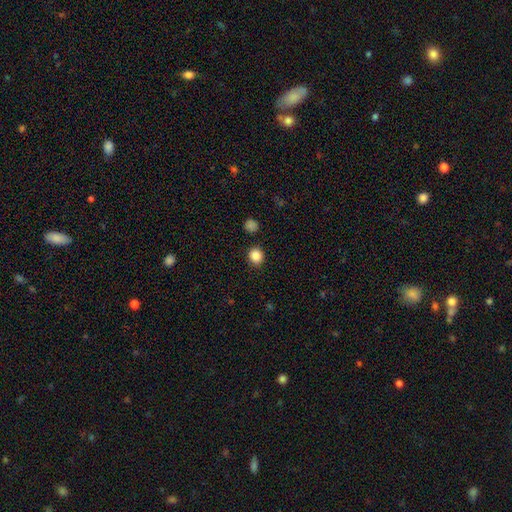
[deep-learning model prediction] Smooth or featured: smooth — 87% (star or artifact — 10%)
How rounded: round — 78% (in between — 21%)
Merging: none — 89% (minor disturbance — 7%)